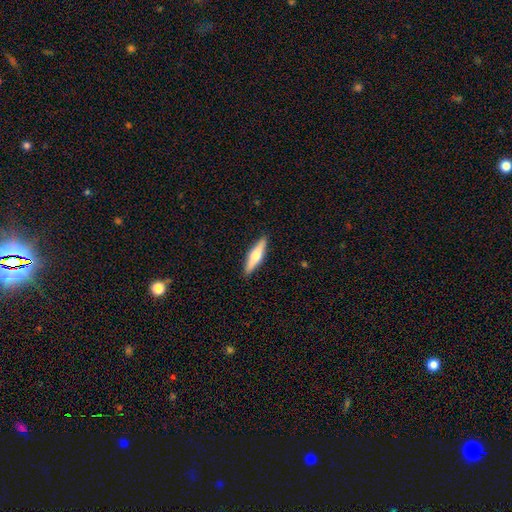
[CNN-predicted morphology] smooth-or-featured: smooth: 48% | featured or disk: 47% | star or artifact: 5%
  merging: none: 91% | minor disturbance: 7% | major disturbance: 1% | merger: 1%